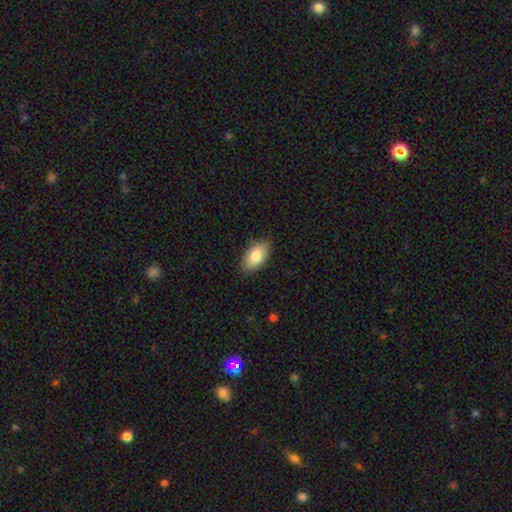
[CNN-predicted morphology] type=smooth (84%); roundness=in between (94%); merging=none (85%).